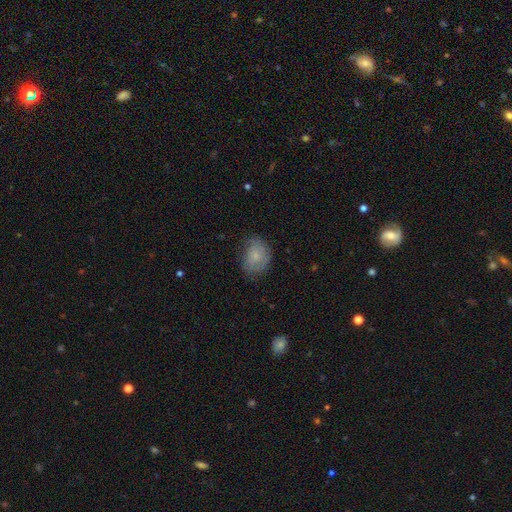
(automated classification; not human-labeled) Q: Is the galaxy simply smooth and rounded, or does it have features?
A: smooth — 71%.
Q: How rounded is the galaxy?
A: in between — 58%.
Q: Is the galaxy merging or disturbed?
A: none — 62%.